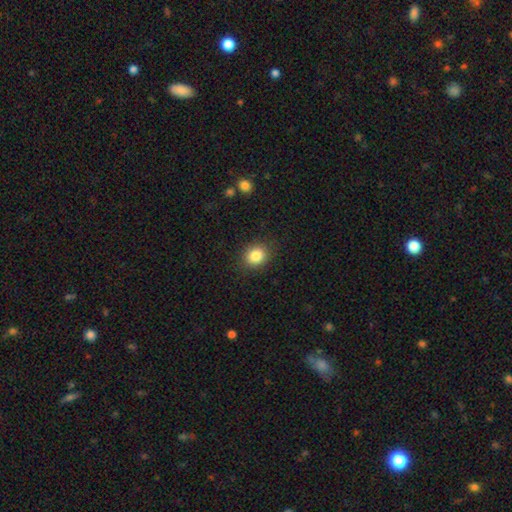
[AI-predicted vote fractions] smooth_or_featured: smooth (p=0.85) [alt: star or artifact p=0.10]
how_rounded: round (p=0.67) [alt: in between p=0.32]
merging: none (p=0.88) [alt: minor disturbance p=0.09]